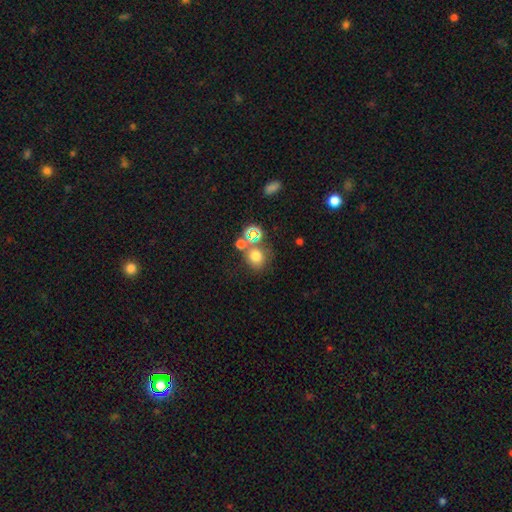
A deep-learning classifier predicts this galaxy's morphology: Smooth or featured? Predicted: smooth (p=0.70). How rounded? Predicted: round (p=0.77). Merging? Predicted: none (p=0.58).